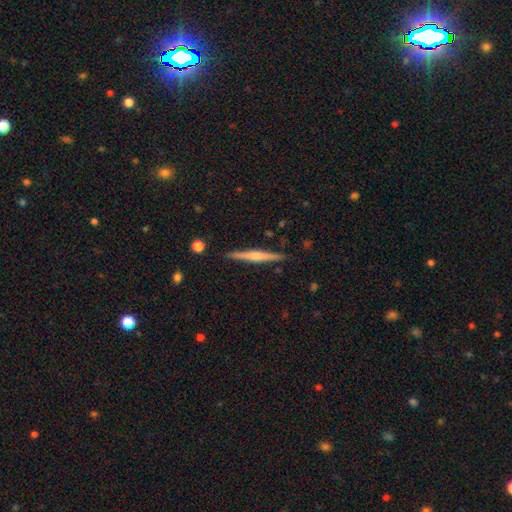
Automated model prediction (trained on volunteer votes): smooth-or-featured: featured or disk: 68% | smooth: 26% | star or artifact: 6%
  disk-edge-on: yes: 98% | no: 2%
    edge-on-bulge: rounded: 72% | none: 17% | boxy: 12%
  merging: none: 91% | minor disturbance: 7% | major disturbance: 1% | merger: 1%